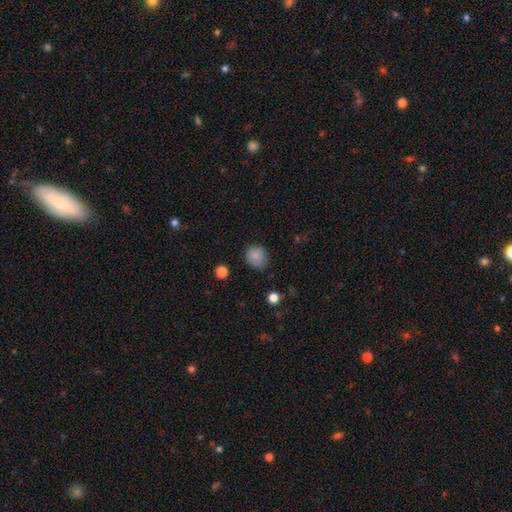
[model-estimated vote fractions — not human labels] Overall: smooth (85%). How rounded: round (74%). Merging: none (74%).